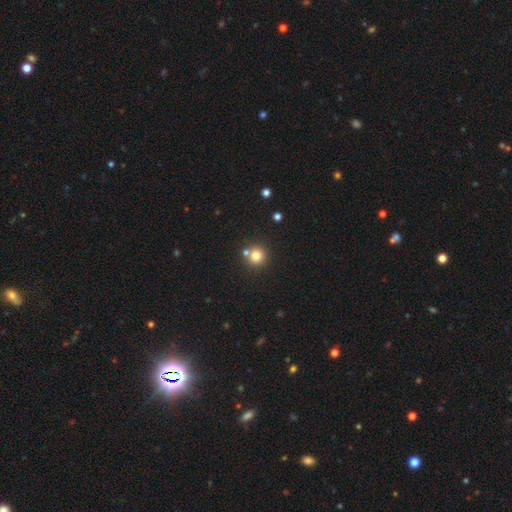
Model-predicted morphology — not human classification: The model was most divided on "merging": none: 73%, merger: 17%, minor disturbance: 7%, major disturbance: 2%. More confident: how rounded — round (93%); smooth or featured — smooth (78%).